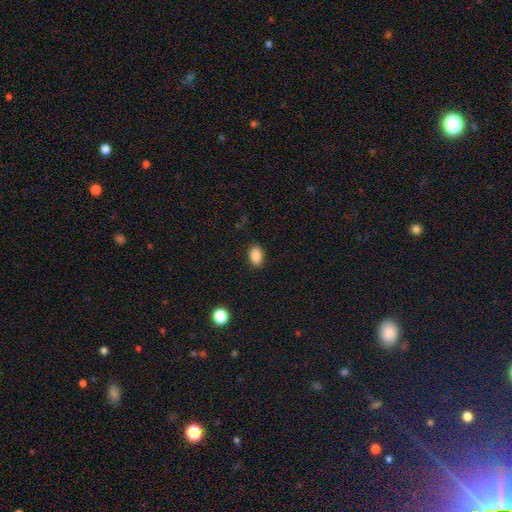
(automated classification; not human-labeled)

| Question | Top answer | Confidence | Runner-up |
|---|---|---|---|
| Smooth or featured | smooth | 88% | star or artifact (9%) |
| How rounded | in between | 86% | round (13%) |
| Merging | none | 88% | minor disturbance (8%) |